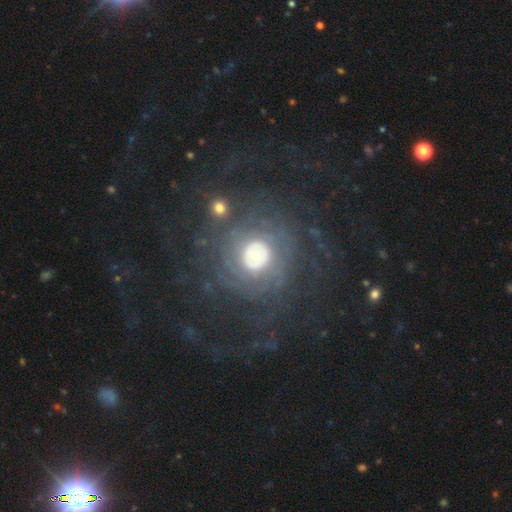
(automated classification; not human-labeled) Smooth or featured? Predicted: featured or disk (p=0.63). Edge-on disk? Predicted: no (p=0.96). Bar? Predicted: no (p=0.82). Spiral arms? Predicted: yes (p=0.73). Bulge size? Predicted: large (p=0.46). Merging? Predicted: none (p=0.68).